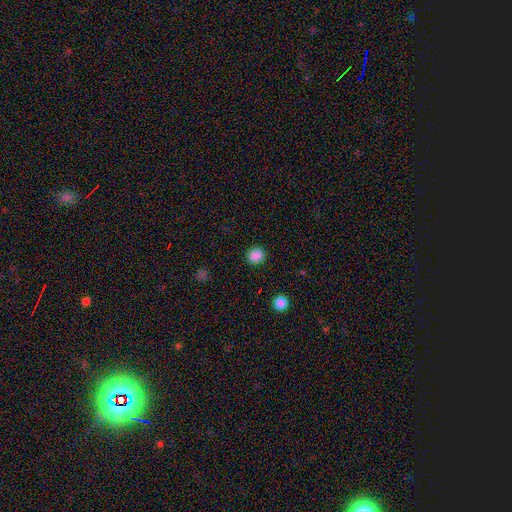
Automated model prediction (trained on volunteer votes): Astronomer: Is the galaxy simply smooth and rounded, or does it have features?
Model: smooth — 87%.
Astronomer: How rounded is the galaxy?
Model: round — 87%.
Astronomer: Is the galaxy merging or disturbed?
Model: none — 91%.